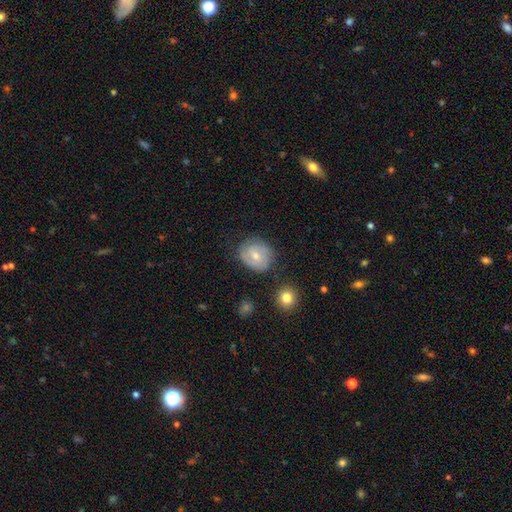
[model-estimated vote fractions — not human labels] smooth_or_featured: featured or disk (p=0.47) [alt: smooth p=0.46]
merging: none (p=0.73) [alt: minor disturbance p=0.19]